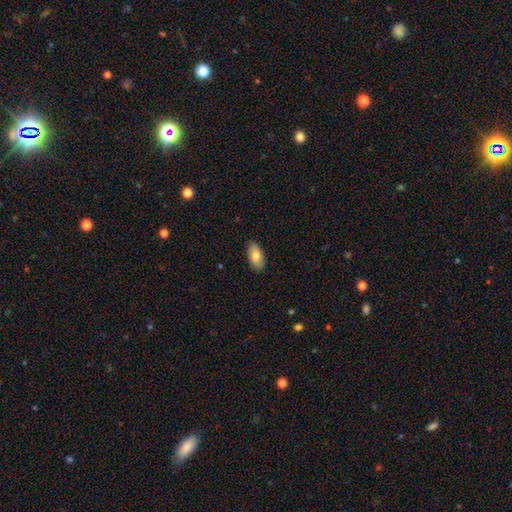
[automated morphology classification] Smooth or featured? Predicted: smooth (p=0.80). How rounded? Predicted: in between (p=0.93). Merging? Predicted: none (p=0.88).